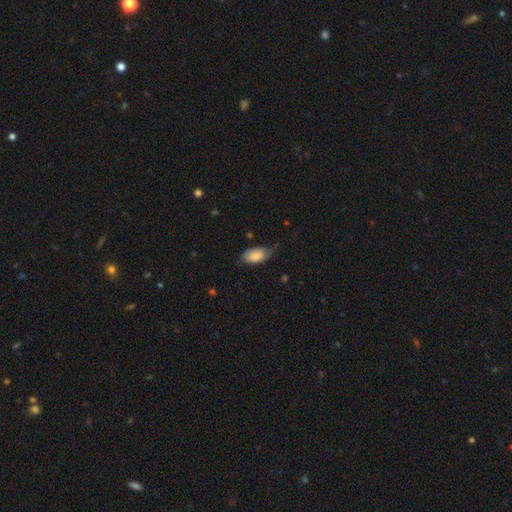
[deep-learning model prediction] Smooth or featured?
  - smooth: 81% *
  - featured or disk: 12%
  - star or artifact: 6%
How rounded?
  - in between: 94% *
  - round: 3%
  - cigar-shaped: 3%
Merging?
  - none: 55% *
  - minor disturbance: 35%
  - major disturbance: 8%
  - merger: 2%